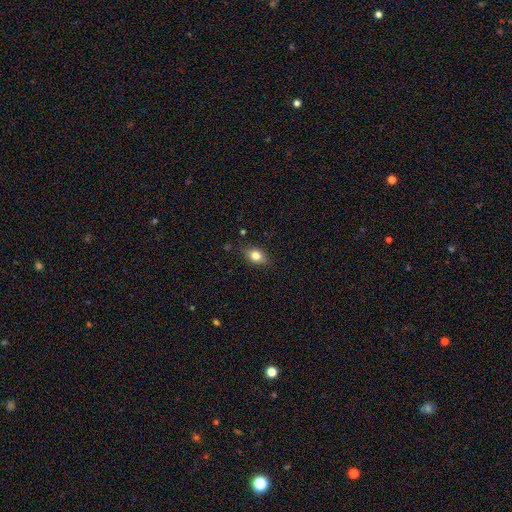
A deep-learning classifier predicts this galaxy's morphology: smooth-or-featured: smooth: 79% | featured or disk: 12% | star or artifact: 9%
  how-rounded: in between: 72% | round: 25% | cigar-shaped: 3%
  merging: none: 81% | minor disturbance: 15% | major disturbance: 3% | merger: 1%